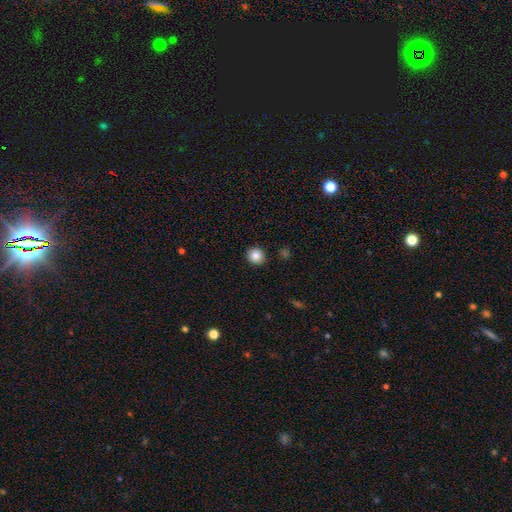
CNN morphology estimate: smooth-or-featured: smooth: 85% | star or artifact: 9% | featured or disk: 6%
  how-rounded: round: 88% | in between: 11% | cigar-shaped: 1%
  merging: none: 91% | minor disturbance: 6% | major disturbance: 2% | merger: 1%